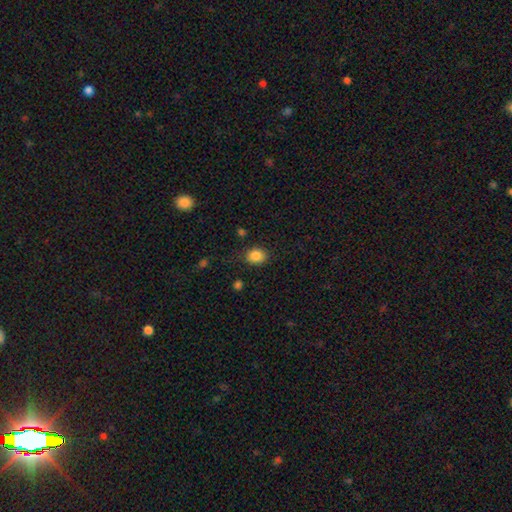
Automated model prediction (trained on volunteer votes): A smooth galaxy with no disk features (86%) that is round (55%).

Vote fractions:
- Smooth or featured? smooth: 86% / star or artifact: 10% / featured or disk: 4%
- How rounded? round: 55% / in between: 44% / cigar-shaped: 1%
- Merging? none: 81% / minor disturbance: 13% / major disturbance: 4% / merger: 2%